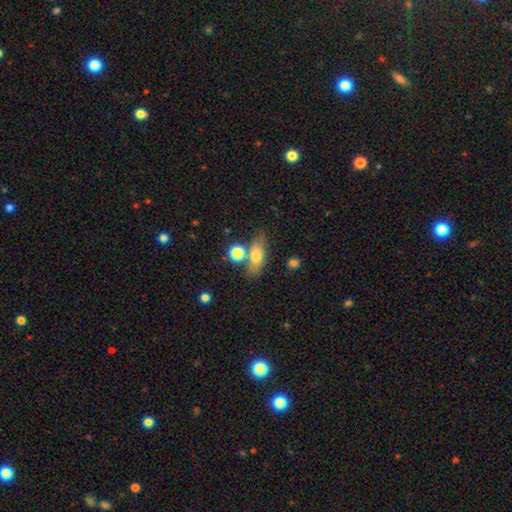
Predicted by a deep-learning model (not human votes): A smooth galaxy with no disk features (71%) that is in between round and cigar-shaped (66%). Merging: none (63%).